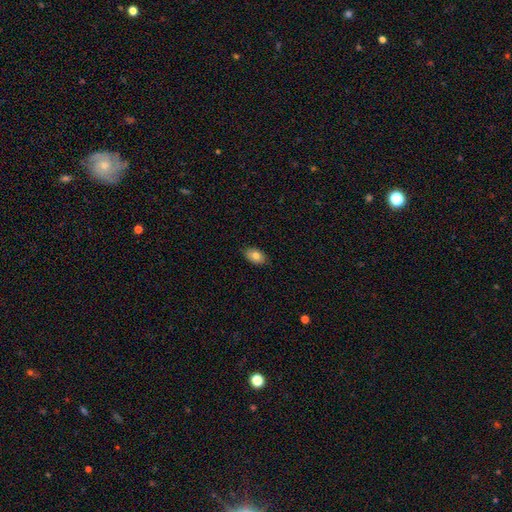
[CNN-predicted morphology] smooth-or-featured: smooth: 80% | featured or disk: 12% | star or artifact: 8%
  how-rounded: in between: 89% | round: 10% | cigar-shaped: 1%
  merging: none: 85% | minor disturbance: 12% | major disturbance: 2% | merger: 1%